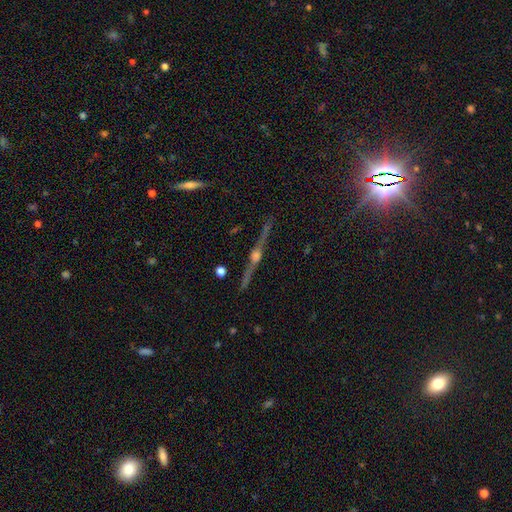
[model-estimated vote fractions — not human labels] Smooth or featured? Predicted: featured or disk (p=0.81). Edge-on disk? Predicted: yes (p=0.98). Edge-on bulge? Predicted: rounded (p=0.91). Merging? Predicted: none (p=0.89).